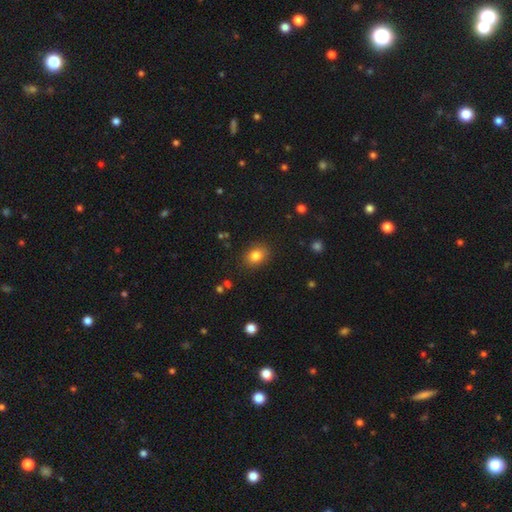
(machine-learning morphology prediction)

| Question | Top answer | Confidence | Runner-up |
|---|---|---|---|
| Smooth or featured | smooth | 82% | star or artifact (11%) |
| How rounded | in between | 53% | round (46%) |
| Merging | none | 85% | minor disturbance (10%) |